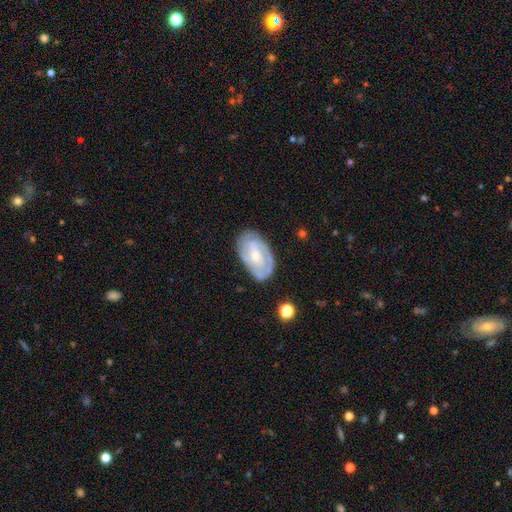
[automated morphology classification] A featured or disk galaxy (75%) with no bar (43%, tied with weak), 2 (45%) tight (58%) spiral arms (86%) and a moderate central bulge (46%).

Vote fractions:
- Smooth or featured? featured or disk: 75% / smooth: 19% / star or artifact: 5%
- Edge-on disk? no: 96% / yes: 4%
- Bar? no: 43% (tied) / weak: 43% (tied) / strong: 14%
- Spiral arms? yes: 86% / no: 14%
- Spiral winding? tight: 58% / medium: 32% / loose: 10%
- Spiral arm count? 2: 45% / can't tell: 32% / 3: 12% / 1: 5% / 4: 3% / more than 4: 2%
- Bulge size? moderate: 46% / small: 45% / none: 4% / large: 4% / dominant: 1%
- Merging? none: 75% / minor disturbance: 18% / major disturbance: 5% / merger: 2%